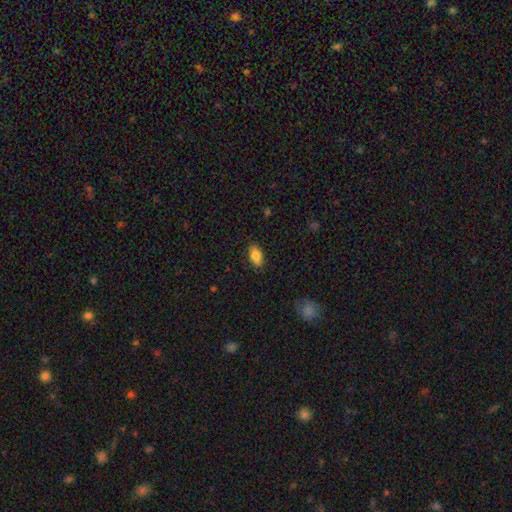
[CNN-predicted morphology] The model was most divided on "smooth or featured": smooth: 84%, featured or disk: 9%, star or artifact: 7%. More confident: how rounded — in between (90%); merging — none (87%).